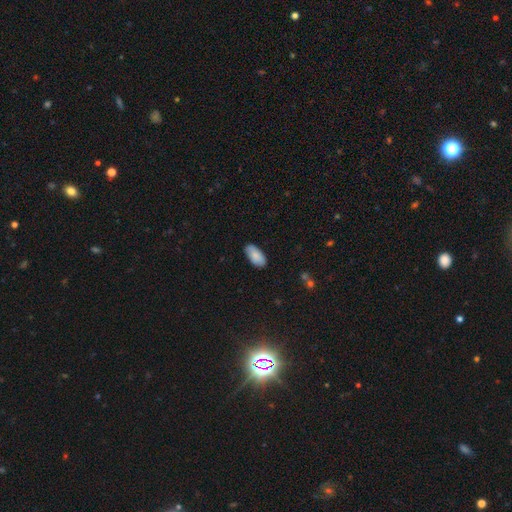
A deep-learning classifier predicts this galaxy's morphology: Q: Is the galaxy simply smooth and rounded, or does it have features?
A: smooth — 86%.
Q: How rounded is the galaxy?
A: in between — 94%.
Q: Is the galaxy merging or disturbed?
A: none — 82%.